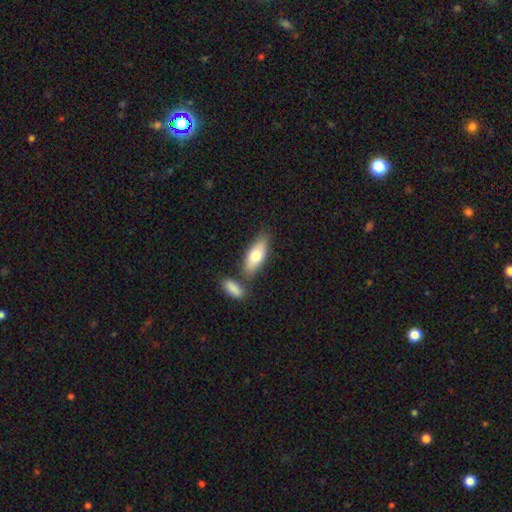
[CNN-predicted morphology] Smooth or featured? Predicted: smooth (p=0.75). How rounded? Predicted: in between (p=0.72). Merging? Predicted: none (p=0.65).